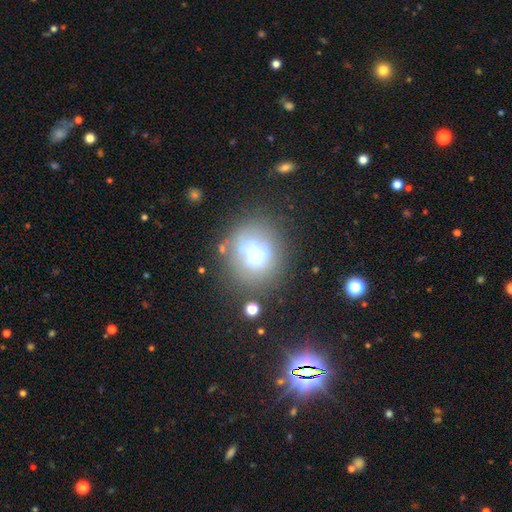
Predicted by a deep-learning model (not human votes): Overall: smooth (55%; featured or disk 31%). How rounded: round (82%). Merging: none (56%; minor disturbance 19%).